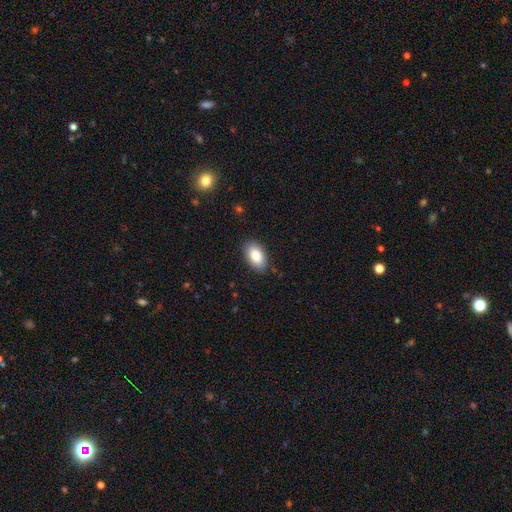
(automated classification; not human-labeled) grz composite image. It shows a smooth galaxy with no disk features (83%) that is in between round and cigar-shaped (94%). Merging: none (87%).